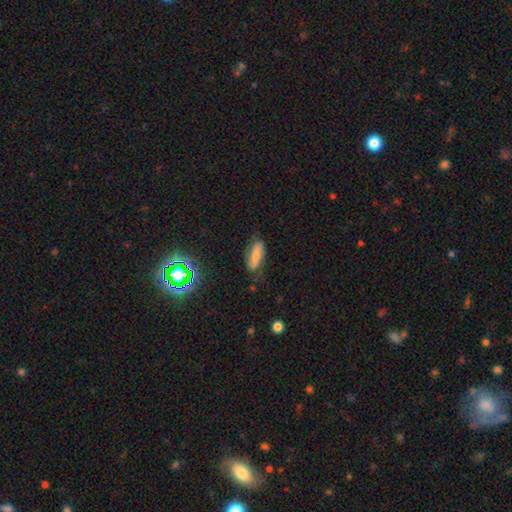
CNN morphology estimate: Smooth or featured? smooth (65%)
How rounded? in between (64%)
Merging? none (61%)